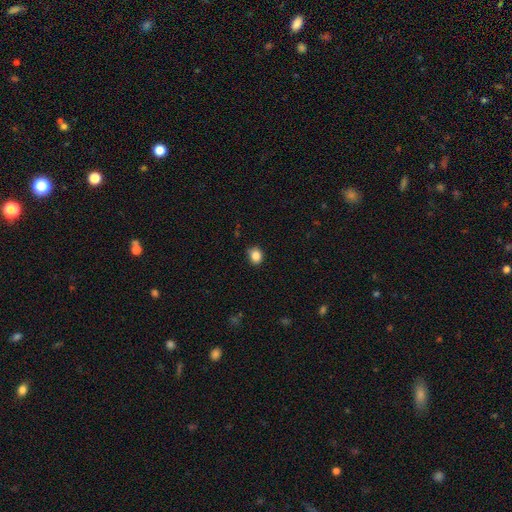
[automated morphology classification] A smooth galaxy with no disk features (85%) that is round (65%).

Vote fractions:
- Smooth or featured? smooth: 85% / star or artifact: 10% / featured or disk: 5%
- How rounded? round: 65% / in between: 34% / cigar-shaped: 1%
- Merging? none: 82% / minor disturbance: 14% / major disturbance: 2% / merger: 1%